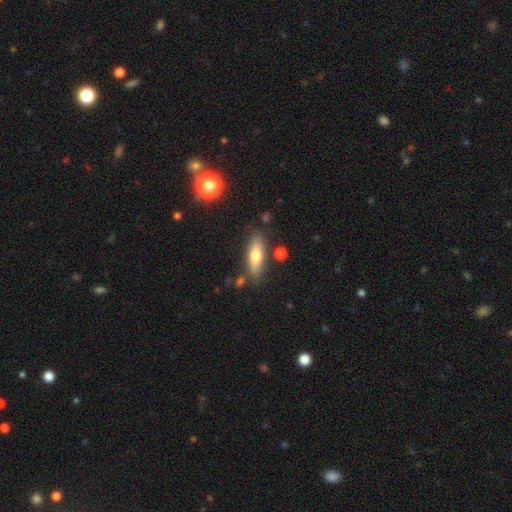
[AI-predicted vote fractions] A smooth galaxy with no disk features (69%) that is in between round and cigar-shaped (52%). Merging: none (79%).